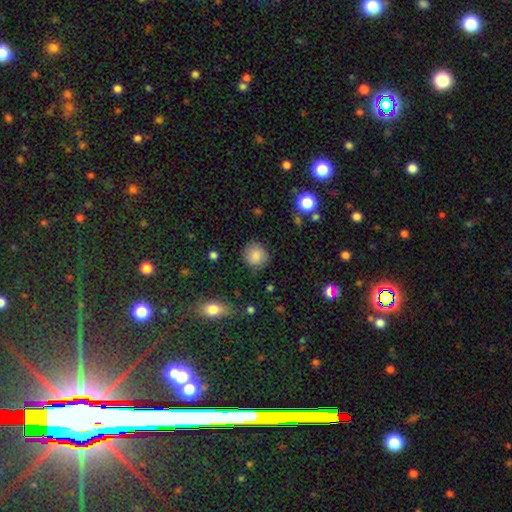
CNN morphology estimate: Smooth or featured? Predicted: smooth (p=0.83). How rounded? Predicted: round (p=0.87). Merging? Predicted: none (p=0.83).